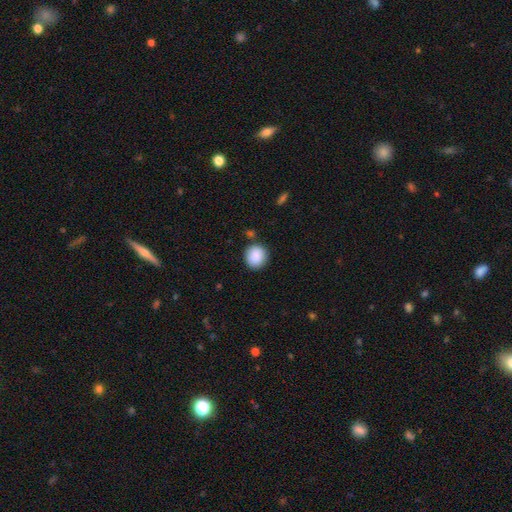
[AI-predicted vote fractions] smooth_or_featured: smooth (p=0.89) [alt: star or artifact p=0.08]
how_rounded: round (p=0.84) [alt: in between p=0.15]
merging: none (p=0.84) [alt: minor disturbance p=0.10]